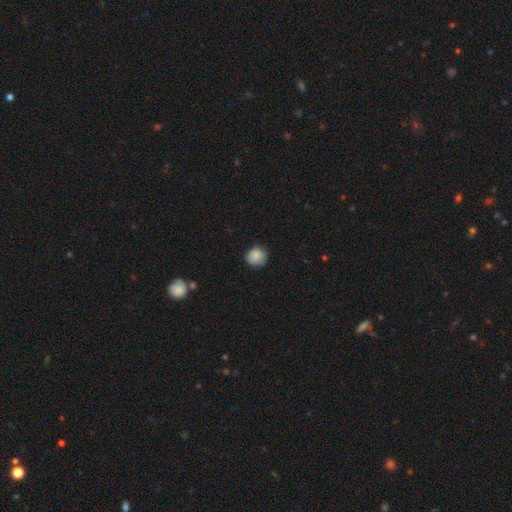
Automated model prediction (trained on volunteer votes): smooth_or_featured: smooth (p=0.86) [alt: star or artifact p=0.08]
how_rounded: round (p=0.87) [alt: in between p=0.12]
merging: none (p=0.77) [alt: minor disturbance p=0.19]